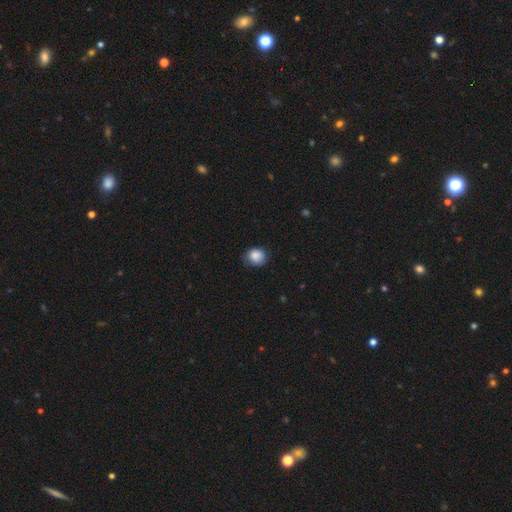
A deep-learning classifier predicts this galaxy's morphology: This appears to be a smooth galaxy with no disk features (86%) that is round (77%). Merging: none (68%).